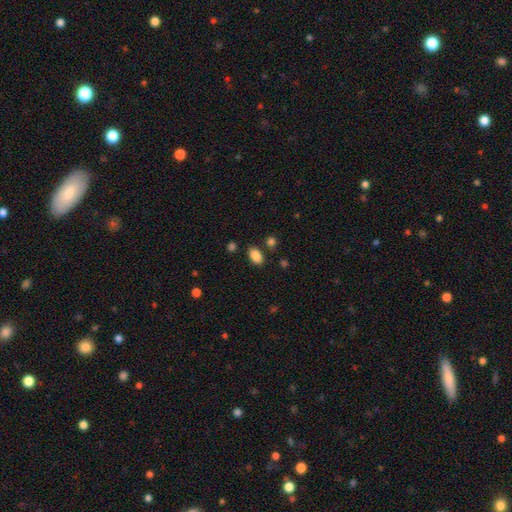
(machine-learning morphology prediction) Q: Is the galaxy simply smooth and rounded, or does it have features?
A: smooth — 87%.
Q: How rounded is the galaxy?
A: in between — 91%.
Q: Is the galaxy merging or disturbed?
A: none — 83%.